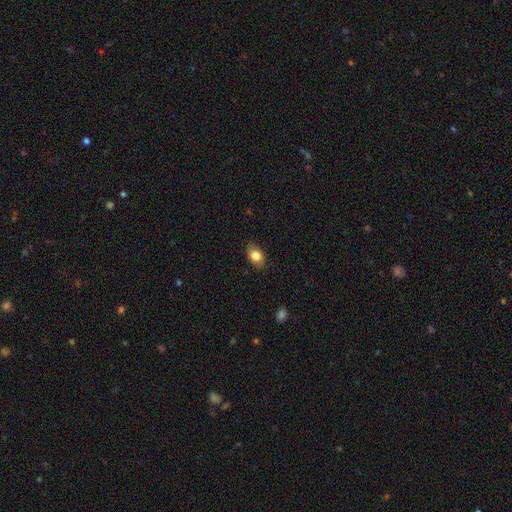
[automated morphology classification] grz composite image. It shows a smooth galaxy with no disk features (83%) that is in between round and cigar-shaped (85%). Merging: none (85%).